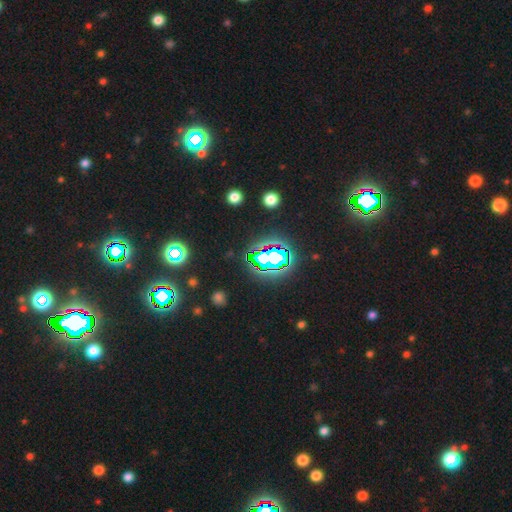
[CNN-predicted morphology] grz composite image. It shows a star or artifact, not a galaxy (74%).